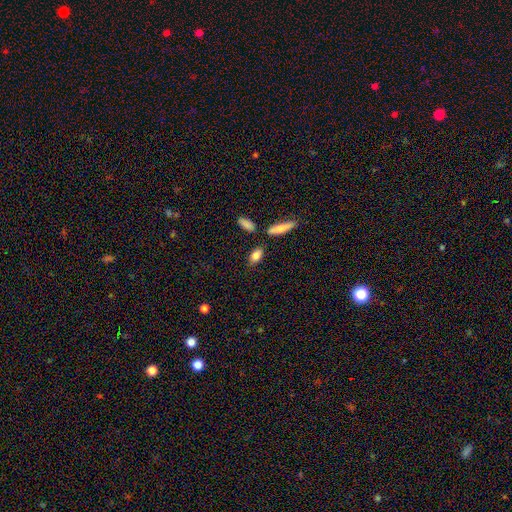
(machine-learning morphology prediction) type=smooth (81%); roundness=in between (78%); merging=none (76%).